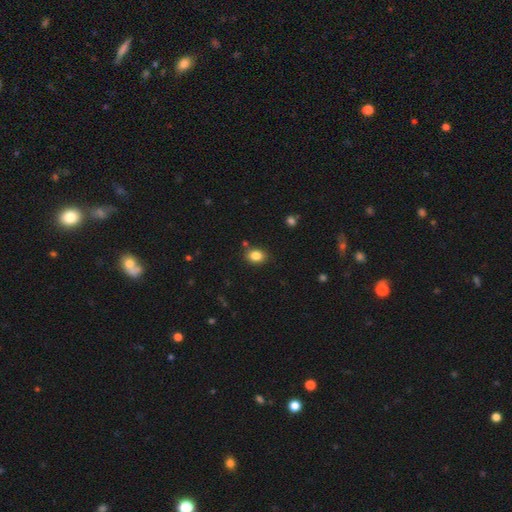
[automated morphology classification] Smooth or featured? smooth (84%)
How rounded? in between (63%)
Merging? none (83%)